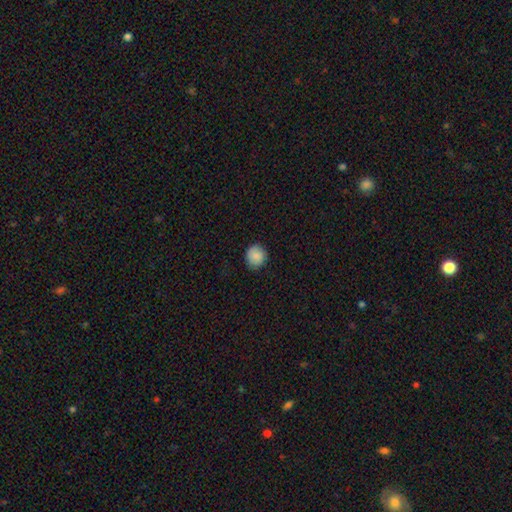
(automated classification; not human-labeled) Morphology: type=smooth (88%); roundness=round (83%); merging=none (86%).